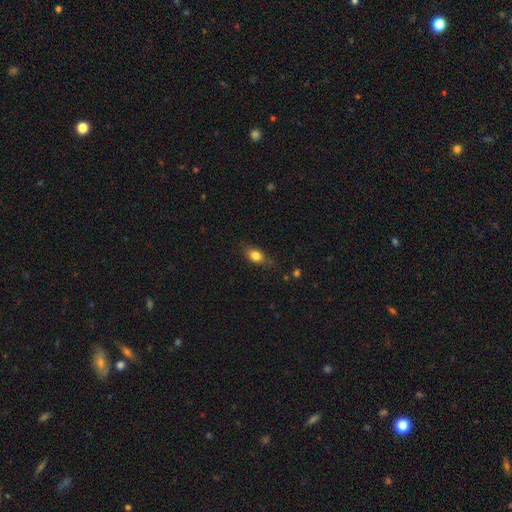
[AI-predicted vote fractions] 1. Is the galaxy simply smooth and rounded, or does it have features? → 81% smooth, 9% featured or disk, 9% star or artifact.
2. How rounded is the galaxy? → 78% in between, 17% round, 5% cigar-shaped.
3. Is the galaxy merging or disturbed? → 75% none, 19% minor disturbance, 4% major disturbance, 2% merger.